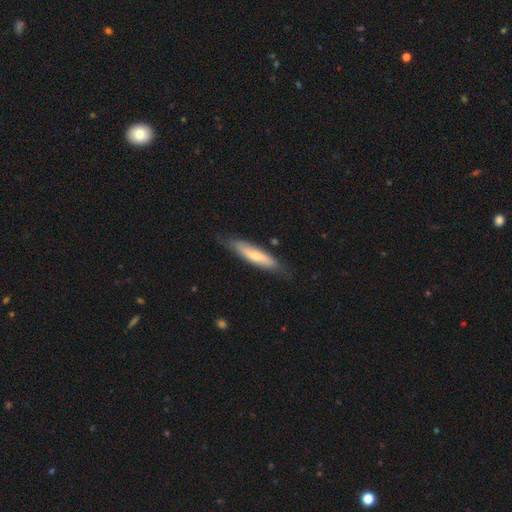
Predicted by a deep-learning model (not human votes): smooth_or_featured: smooth (p=0.60) [alt: featured or disk p=0.35]
how_rounded: cigar-shaped (p=0.76) [alt: in between p=0.23]
merging: none (p=0.74) [alt: minor disturbance p=0.20]